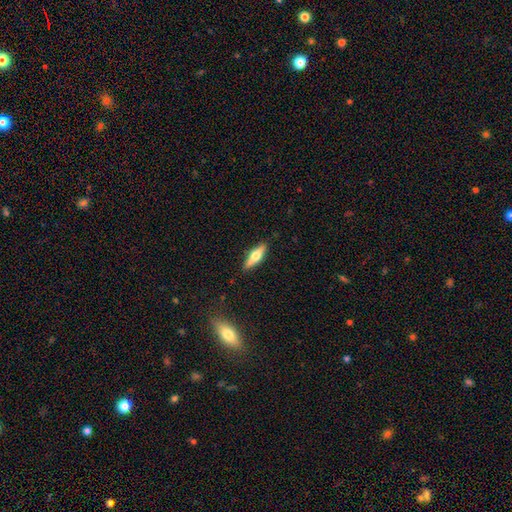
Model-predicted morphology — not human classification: This appears to be a featured or disk galaxy (51%) viewed edge-on (93%). Merging: none (88%).